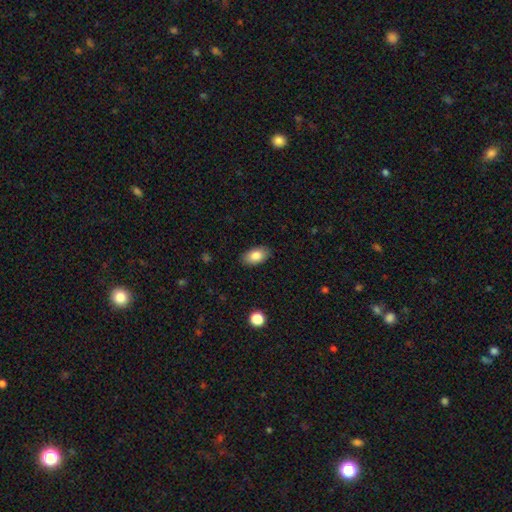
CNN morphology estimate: The model was most divided on "smooth or featured": smooth: 84%, featured or disk: 8%, star or artifact: 7%. More confident: how rounded — in between (93%); merging — none (87%).